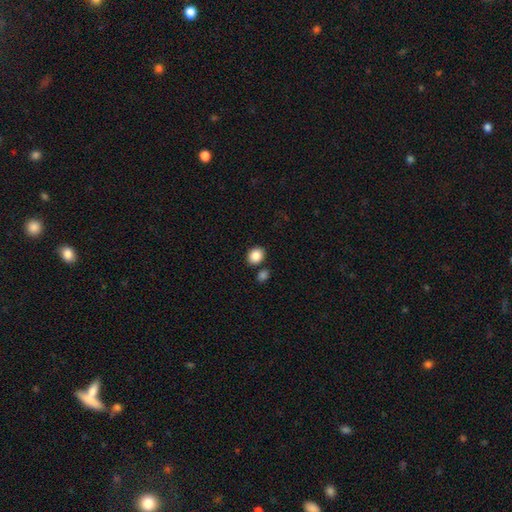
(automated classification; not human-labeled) Smooth or featured?
  - smooth: 87% *
  - star or artifact: 9%
  - featured or disk: 4%
How rounded?
  - round: 61% *
  - in between: 38%
  - cigar-shaped: 1%
Merging?
  - none: 80% *
  - merger: 9%
  - minor disturbance: 8%
  - major disturbance: 3%